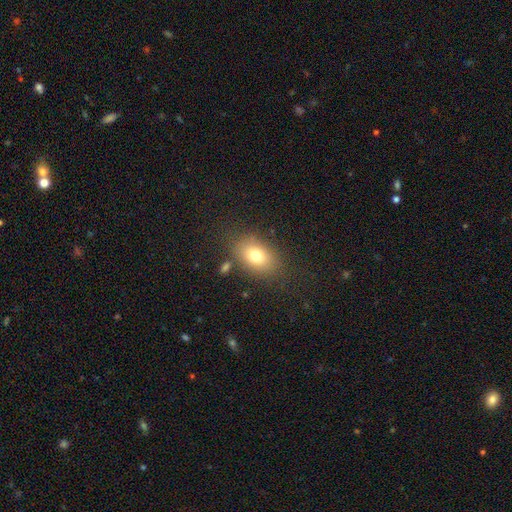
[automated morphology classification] Q: Smooth or featured?
A: smooth (76%); runner-up: featured or disk (13%)
Q: How rounded?
A: in between (79%); runner-up: round (20%)
Q: Merging?
A: none (78%); runner-up: minor disturbance (12%)